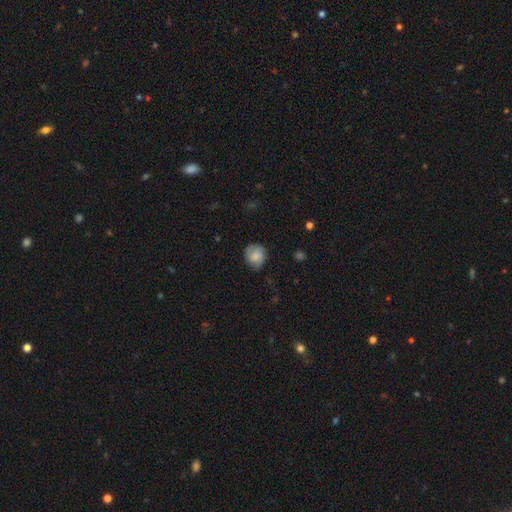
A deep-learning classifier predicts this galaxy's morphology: This is likely a smooth galaxy (74%). How rounded: likely round (77%). Merging: likely none (69%).